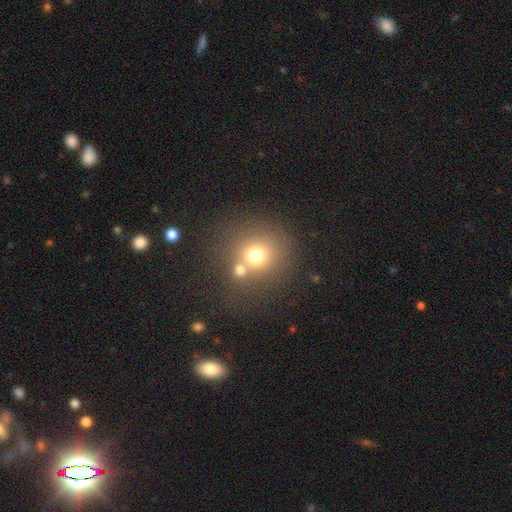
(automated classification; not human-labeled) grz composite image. It shows a smooth galaxy with no disk features (70%) that is round (88%). Merging: none (58%).